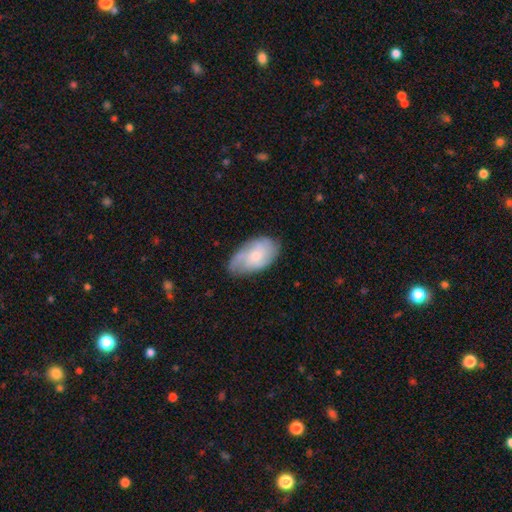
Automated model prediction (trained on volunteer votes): Smooth or featured?
  - featured or disk: 56% *
  - smooth: 38%
  - star or artifact: 6%
Edge-on disk?
  - no: 95% *
  - yes: 5%
Bar?
  - no: 73% *
  - weak: 24%
  - strong: 3%
Spiral arms?
  - yes: 86% *
  - no: 14%
Bulge size?
  - moderate: 46% *
  - small: 43%
  - none: 5%
  - large: 4%
  - dominant: 1%
Merging?
  - none: 67% *
  - minor disturbance: 24%
  - major disturbance: 7%
  - merger: 1%